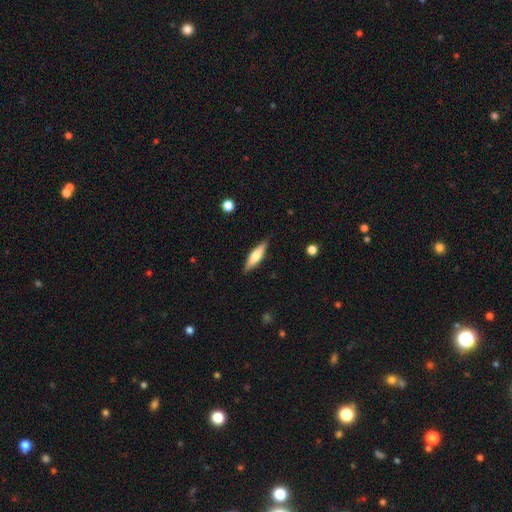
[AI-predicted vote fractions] Overall: smooth (52%; featured or disk 42%). How rounded: cigar-shaped (67%; in between 31%). Merging: none (87%).